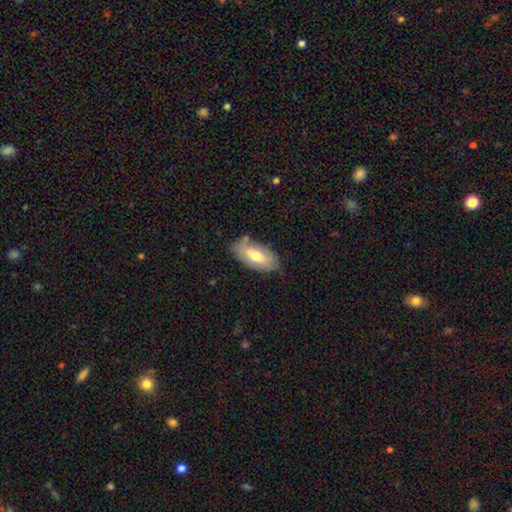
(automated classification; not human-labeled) A smooth galaxy with no disk features (64%) that is in between round and cigar-shaped (91%). Merging: none (72%).